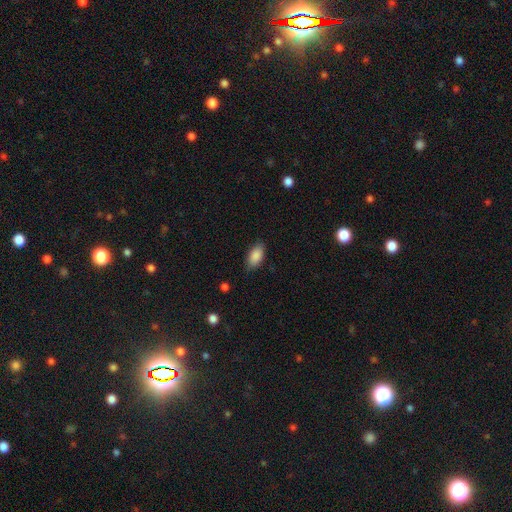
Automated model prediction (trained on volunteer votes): Overall: smooth (88%). How rounded: in between (92%). Merging: none (80%).